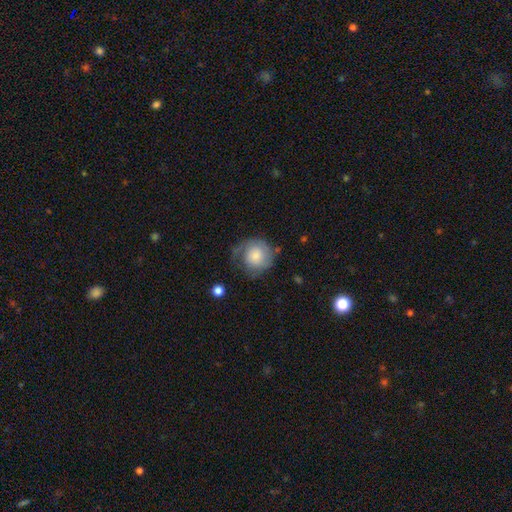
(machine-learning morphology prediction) This is likely a smooth galaxy (61%). How rounded: clearly round (88%). Merging: possibly none (48%).